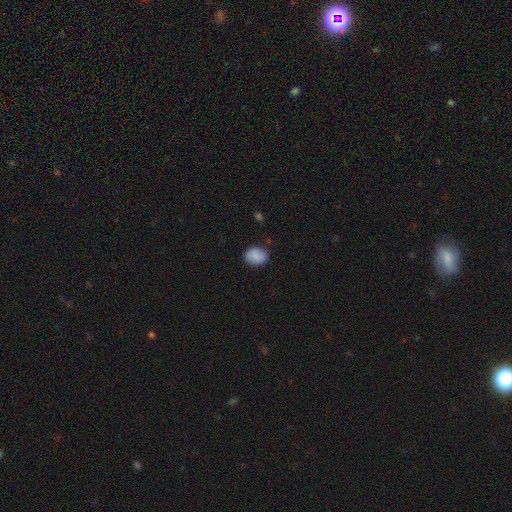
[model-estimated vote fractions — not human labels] smooth_or_featured: smooth (p=0.84) [alt: star or artifact p=0.08]
how_rounded: in between (p=0.55) [alt: round p=0.43]
merging: none (p=0.79) [alt: minor disturbance p=0.16]